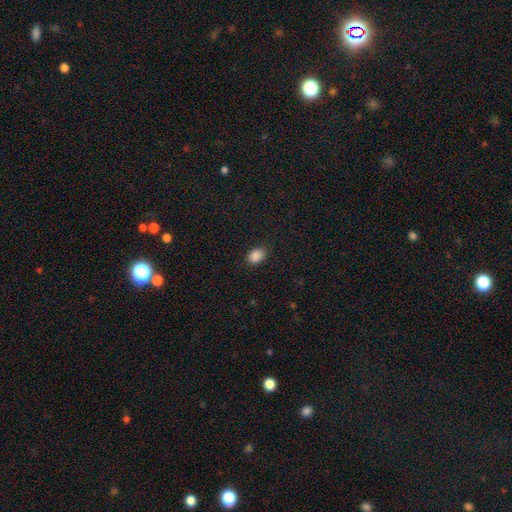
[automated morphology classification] This is clearly a smooth galaxy (88%). How rounded: likely in between (79%). Merging: clearly none (85%).